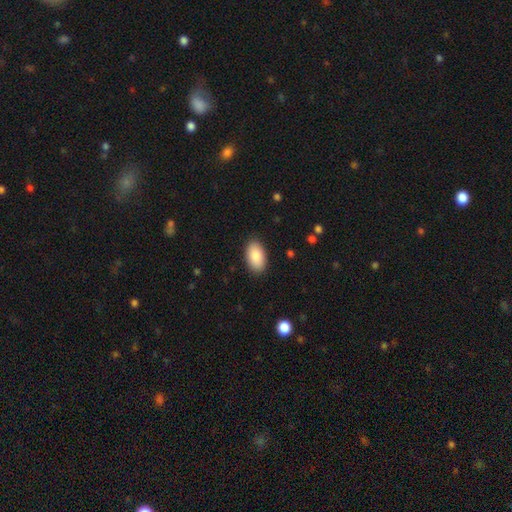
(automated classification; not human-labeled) Q: Smooth or featured?
A: smooth (86%); runner-up: featured or disk (8%)
Q: How rounded?
A: in between (95%); runner-up: round (4%)
Q: Merging?
A: none (88%); runner-up: minor disturbance (9%)